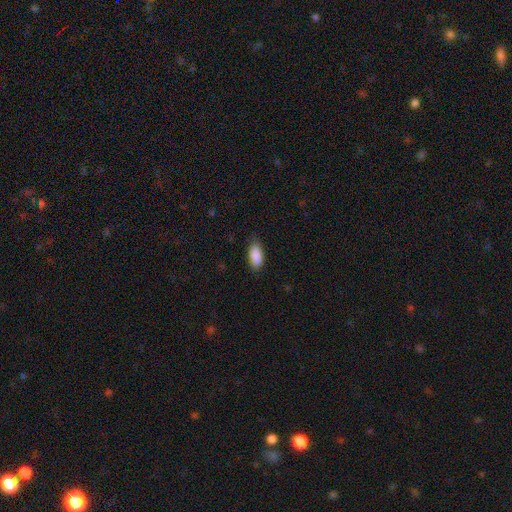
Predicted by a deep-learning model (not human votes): Morphology: type=smooth (89%); roundness=in between (90%); merging=none (80%).